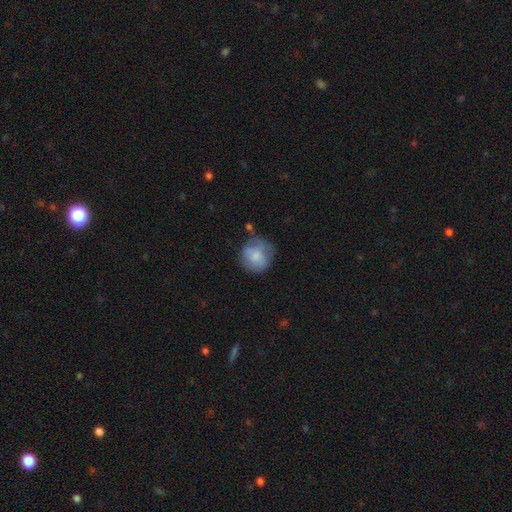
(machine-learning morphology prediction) Q: Smooth or featured?
A: smooth (71%); runner-up: featured or disk (22%)
Q: How rounded?
A: round (84%); runner-up: in between (15%)
Q: Merging?
A: none (50%); runner-up: minor disturbance (31%)